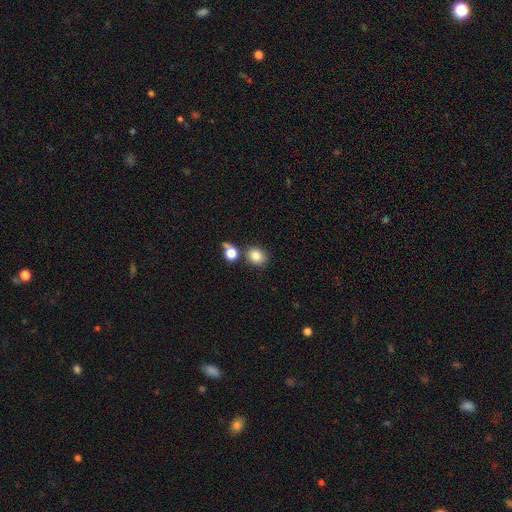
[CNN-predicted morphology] Smooth or featured? smooth (83%)
How rounded? round (63%)
Merging? none (71%)